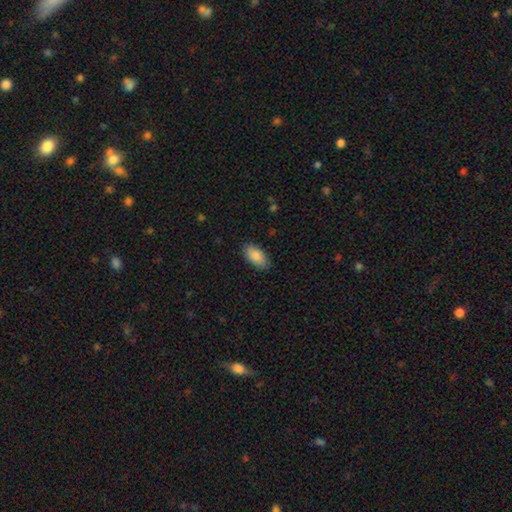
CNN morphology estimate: The model was most divided on "merging": none: 86%, minor disturbance: 11%, major disturbance: 2%, merger: 1%. More confident: how rounded — in between (94%); smooth or featured — smooth (88%).